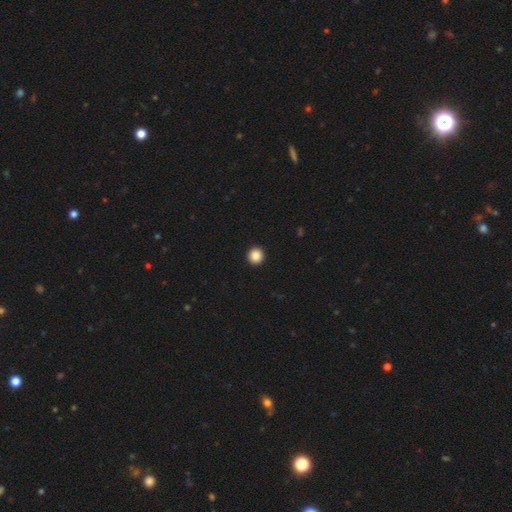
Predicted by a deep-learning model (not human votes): Smooth or featured: smooth — 88% (star or artifact — 9%)
How rounded: round — 95% (in between — 4%)
Merging: none — 94% (minor disturbance — 3%)